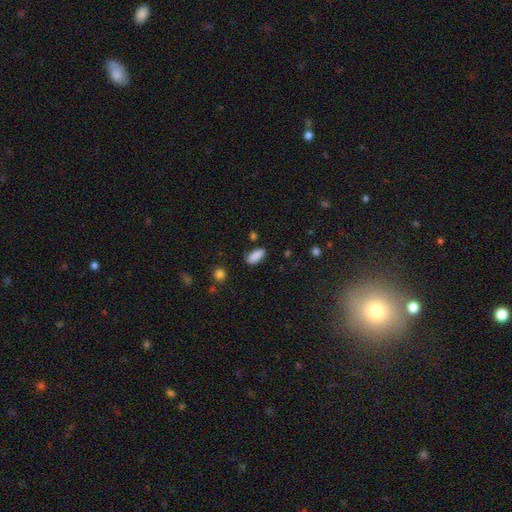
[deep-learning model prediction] Morphology: type=smooth (88%); roundness=in between (87%); merging=none (82%).